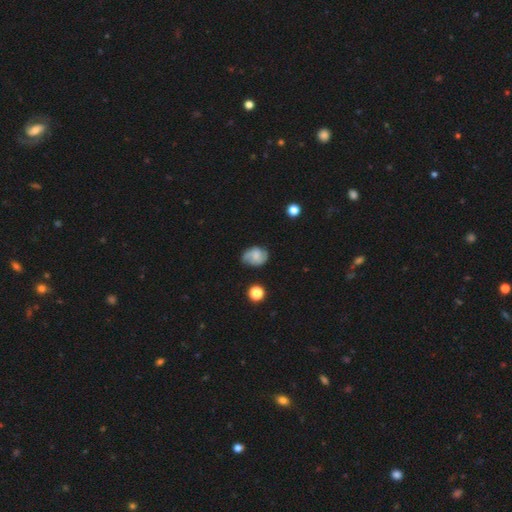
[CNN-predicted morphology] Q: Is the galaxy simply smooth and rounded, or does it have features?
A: featured or disk — 51%.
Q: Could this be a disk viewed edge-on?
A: no — 97%.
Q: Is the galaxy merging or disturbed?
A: none — 59%.